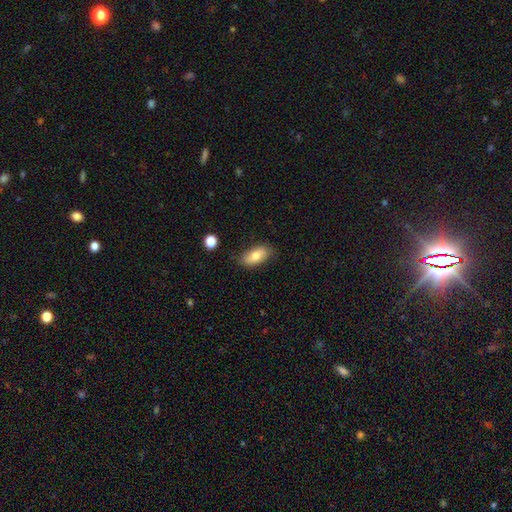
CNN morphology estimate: A smooth galaxy with no disk features (79%) that is in between round and cigar-shaped (90%). Merging: none (79%).